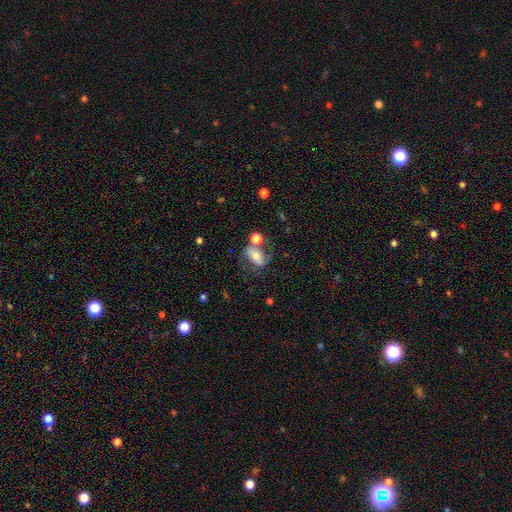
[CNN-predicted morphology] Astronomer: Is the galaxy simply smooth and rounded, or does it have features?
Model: smooth — 50% (runner-up: featured or disk, 41%).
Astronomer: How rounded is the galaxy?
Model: in between — 82%.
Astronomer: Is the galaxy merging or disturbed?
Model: none — 44% (runner-up: merger, 24%).